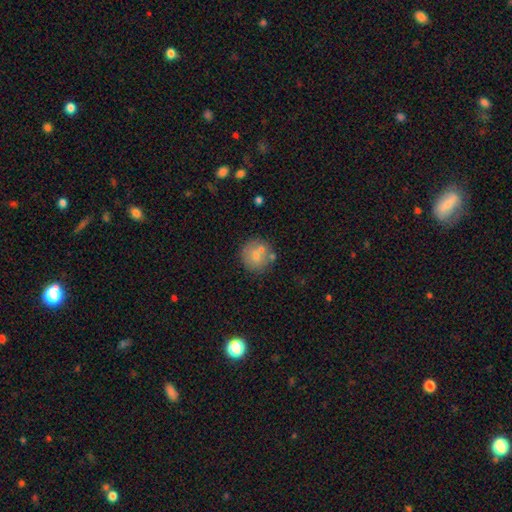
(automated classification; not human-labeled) smooth 66%, featured or disk 21%, star or artifact 14%. Down the decision tree: how rounded — round (92%); merging — none (69%).